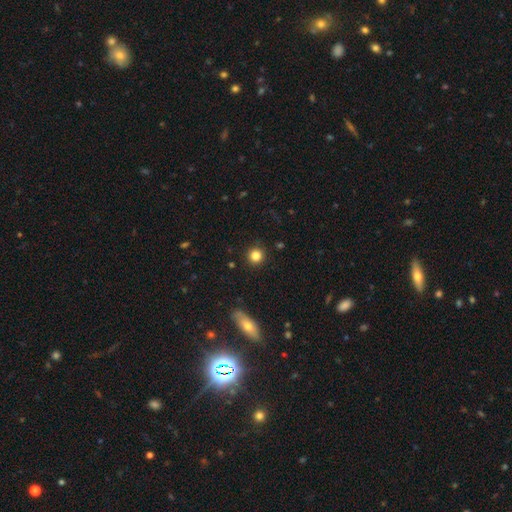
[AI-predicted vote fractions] Smooth or featured: smooth — 83% (star or artifact — 12%)
How rounded: round — 94% (in between — 5%)
Merging: none — 91% (minor disturbance — 6%)